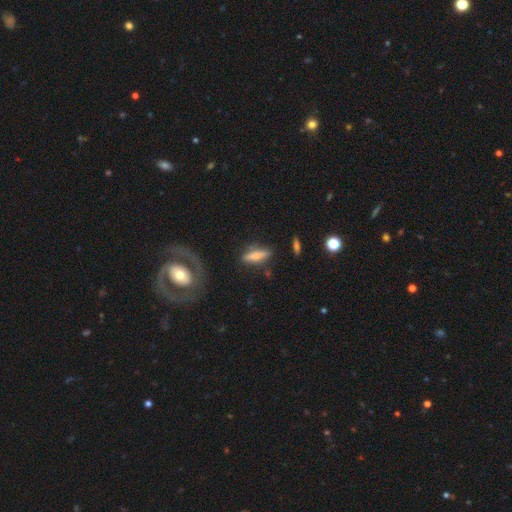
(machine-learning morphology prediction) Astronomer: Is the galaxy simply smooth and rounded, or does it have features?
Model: smooth — 60%.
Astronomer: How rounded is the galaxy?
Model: cigar-shaped — 64%.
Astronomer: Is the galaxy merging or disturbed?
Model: none — 75%.